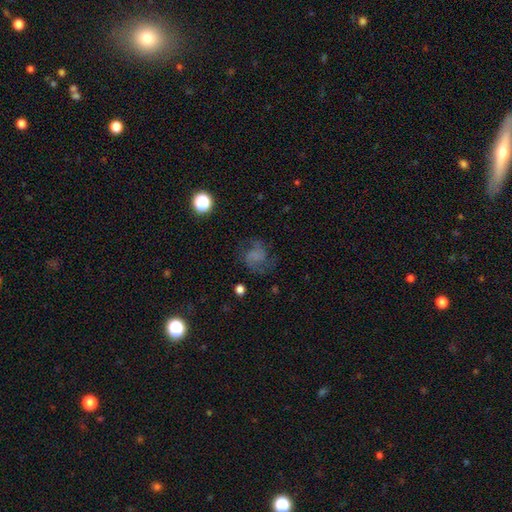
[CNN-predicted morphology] Smooth or featured: featured or disk — 58% (smooth — 28%)
Edge-on disk: no — 98% (yes — 2%)
Bar: no — 70% (weak — 25%)
Spiral arms: yes — 88% (no — 12%)
Bulge size: none — 62% (small — 18%)
Merging: none — 65% (minor disturbance — 18%)